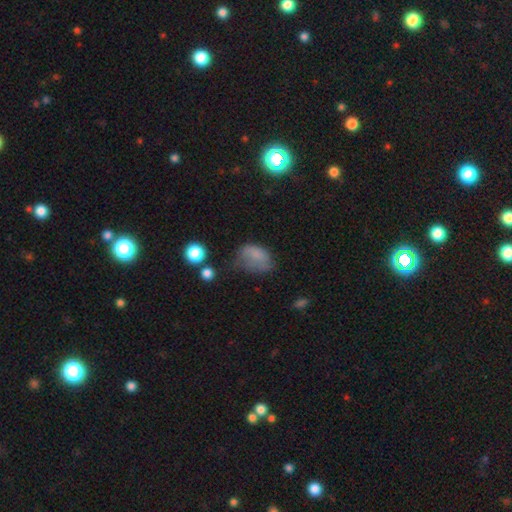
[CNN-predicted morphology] Smooth or featured?
  - smooth: 69% *
  - featured or disk: 18%
  - star or artifact: 13%
How rounded?
  - in between: 79% *
  - round: 20%
  - cigar-shaped: 1%
Merging?
  - minor disturbance: 35% *
  - none: 32%
  - major disturbance: 29%
  - merger: 4%